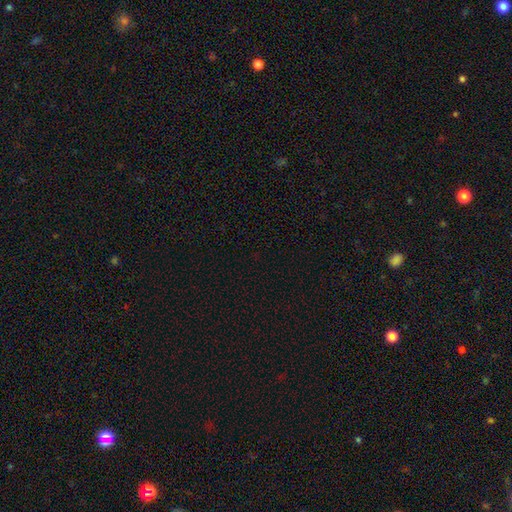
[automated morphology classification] This appears to be a star or artifact, not a galaxy (68%).